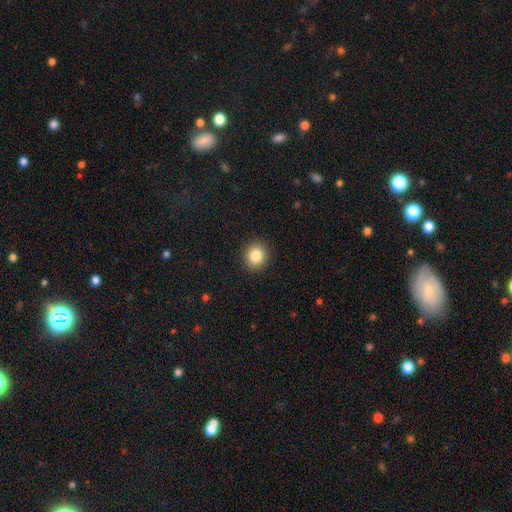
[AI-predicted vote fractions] This is clearly a smooth galaxy (85%). How rounded: likely round (76%). Merging: clearly none (91%).